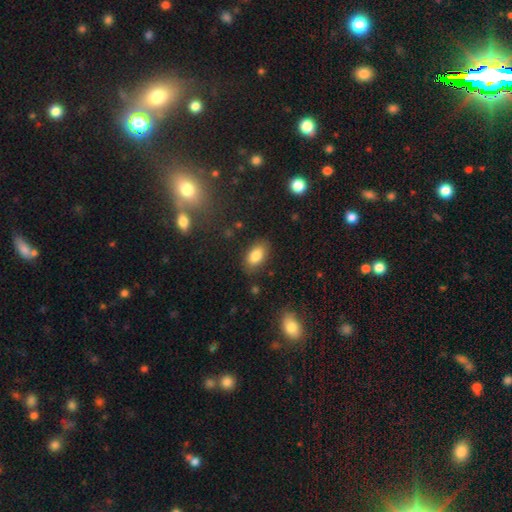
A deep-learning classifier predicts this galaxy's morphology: Overall: smooth (83%). How rounded: in between (92%). Merging: none (83%).